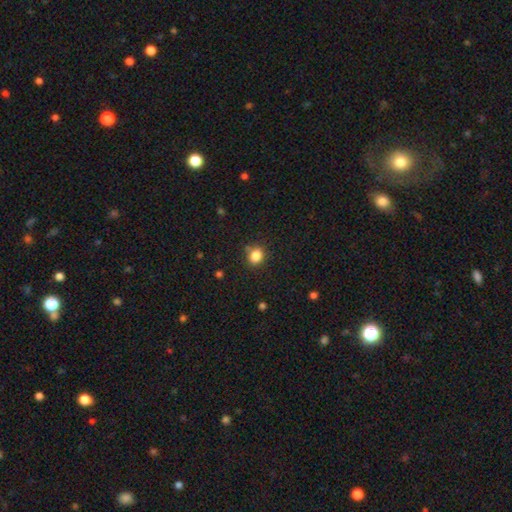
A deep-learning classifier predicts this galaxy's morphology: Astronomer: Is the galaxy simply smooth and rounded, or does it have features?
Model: smooth — 84%.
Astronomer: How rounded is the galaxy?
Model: round — 67%.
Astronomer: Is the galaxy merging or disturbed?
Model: none — 79%.